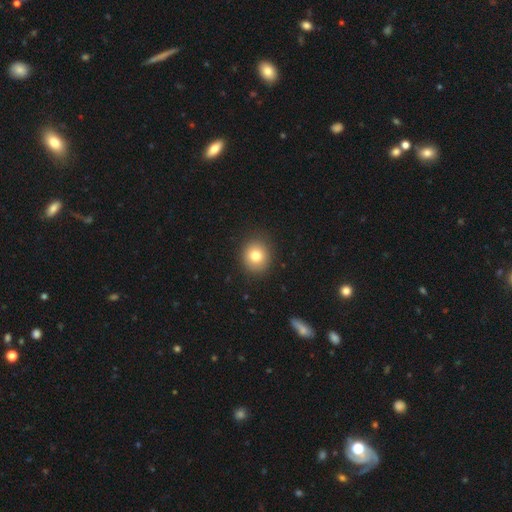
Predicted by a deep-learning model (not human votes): Smooth or featured? smooth (79%)
How rounded? round (83%)
Merging? none (89%)